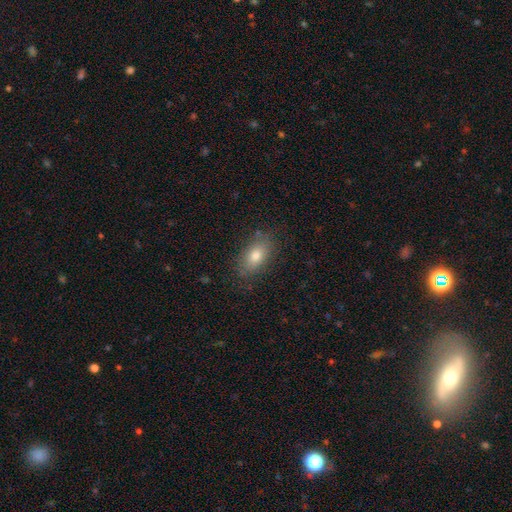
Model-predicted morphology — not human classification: smooth_or_featured: smooth (p=0.78) [alt: featured or disk p=0.13]
how_rounded: in between (p=0.88) [alt: round p=0.07]
merging: none (p=0.82) [alt: minor disturbance p=0.13]